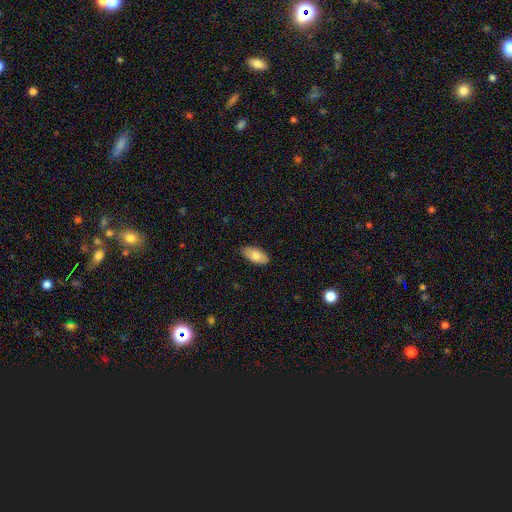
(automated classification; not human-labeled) A smooth galaxy with no disk features (78%) that is in between round and cigar-shaped (93%).

Vote fractions:
- Smooth or featured? smooth: 78% / featured or disk: 15% / star or artifact: 6%
- How rounded? in between: 93% / cigar-shaped: 5% / round: 3%
- Merging? none: 84% / minor disturbance: 13% / major disturbance: 2% / merger: 1%